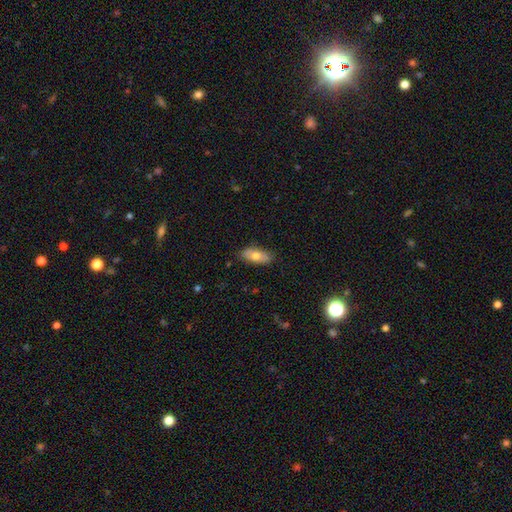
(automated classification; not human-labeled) Morphology: type=smooth (71%); roundness=in between (84%); merging=none (84%).